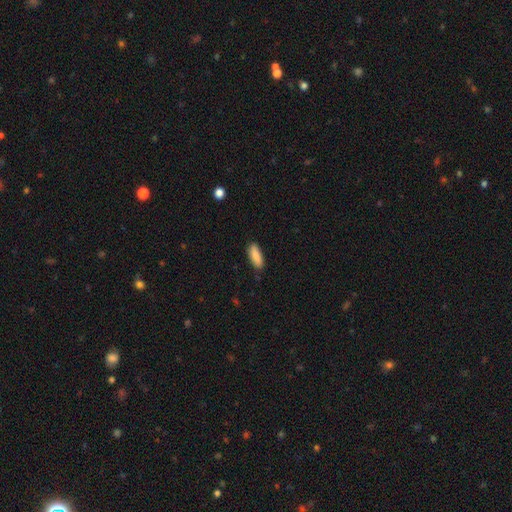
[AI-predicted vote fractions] Smooth or featured? smooth (88%)
How rounded? in between (66%)
Merging? none (85%)